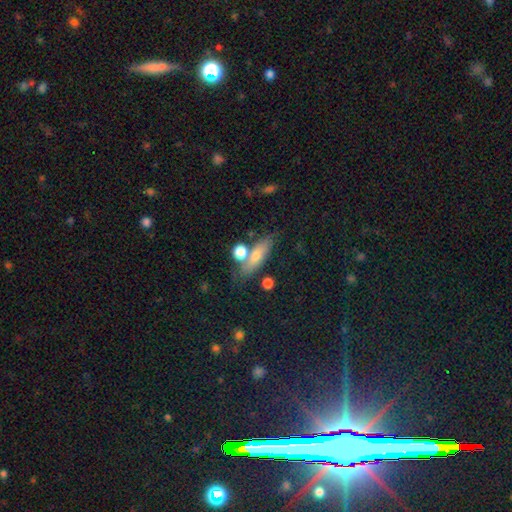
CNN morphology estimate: Smooth or featured?
  - smooth: 64% *
  - featured or disk: 26%
  - star or artifact: 10%
How rounded?
  - in between: 50% *
  - cigar-shaped: 40%
  - round: 9%
Merging?
  - none: 60% *
  - merger: 17%
  - minor disturbance: 16%
  - major disturbance: 7%